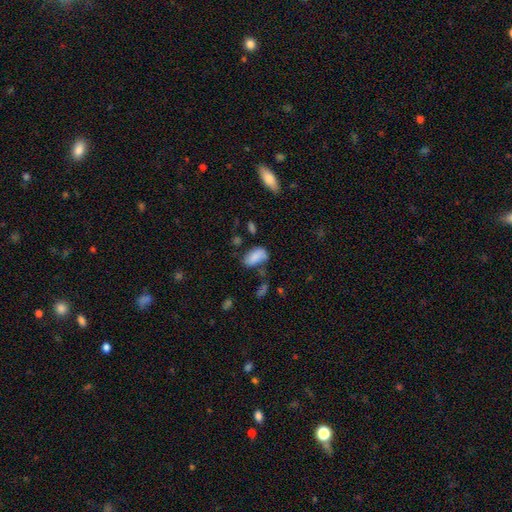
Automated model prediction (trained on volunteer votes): Smooth or featured? Predicted: smooth (p=0.78). How rounded? Predicted: in between (p=0.92). Merging? Predicted: none (p=0.48).